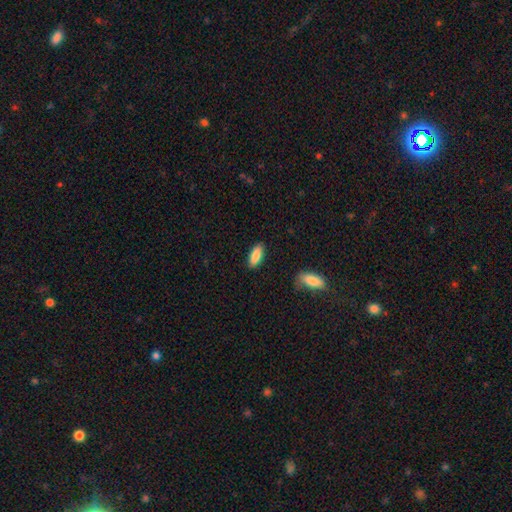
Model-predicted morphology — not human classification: type=smooth (87%); roundness=in between (75%); merging=none (87%).